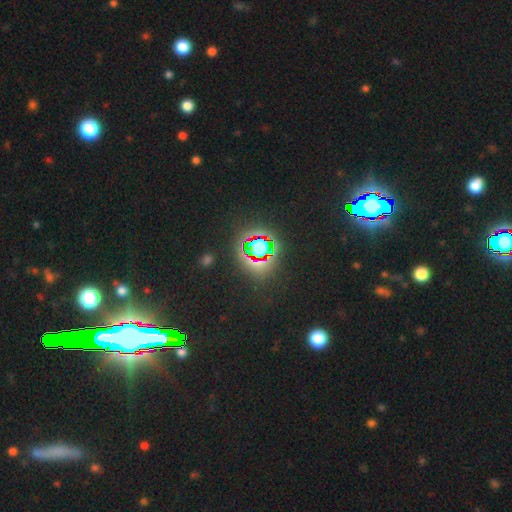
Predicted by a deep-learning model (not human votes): Overall: star or artifact (72%).